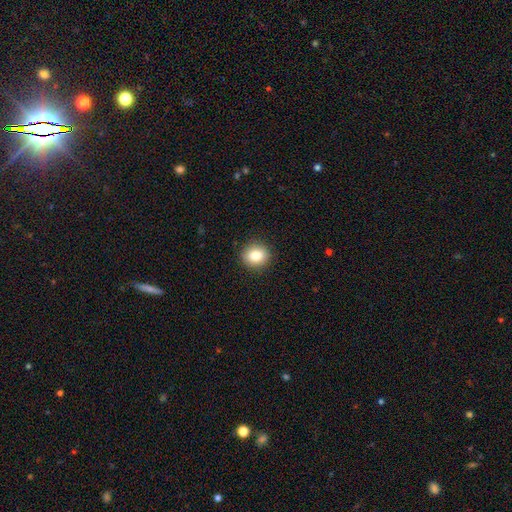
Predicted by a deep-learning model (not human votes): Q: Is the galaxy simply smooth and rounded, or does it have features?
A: smooth — 83%.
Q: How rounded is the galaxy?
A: round — 81%.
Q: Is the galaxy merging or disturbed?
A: none — 91%.